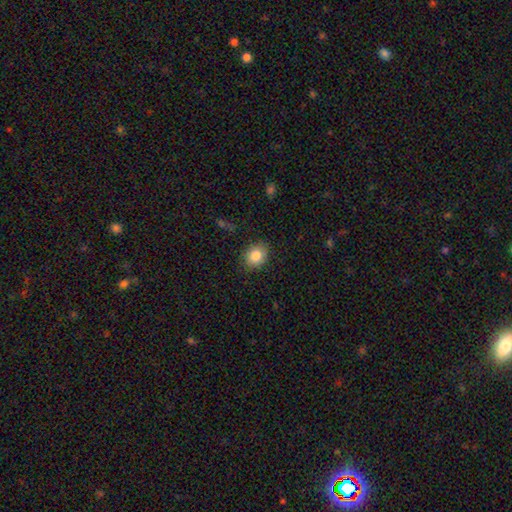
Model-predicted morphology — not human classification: type=smooth (84%); roundness=round (55%); merging=none (85%).